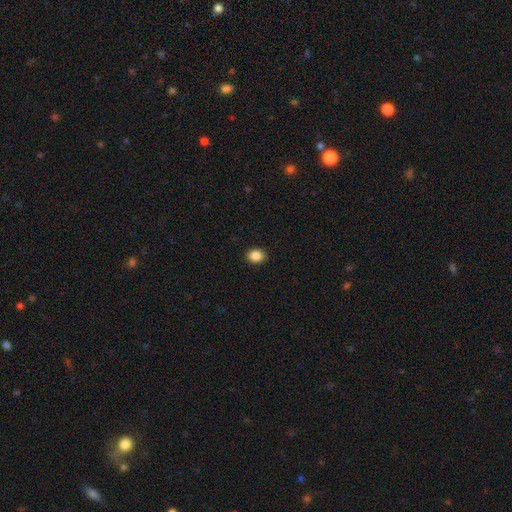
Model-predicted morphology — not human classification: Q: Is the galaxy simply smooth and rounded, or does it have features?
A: smooth — 88%.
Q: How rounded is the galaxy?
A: in between — 57%.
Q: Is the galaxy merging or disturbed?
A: none — 91%.